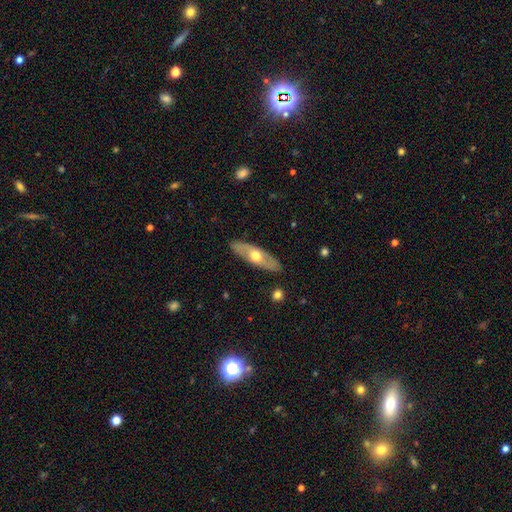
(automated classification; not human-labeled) Overall: featured or disk (52%; smooth 44%). Edge-on disk: no (56%; yes 44%). Merging: none (87%).